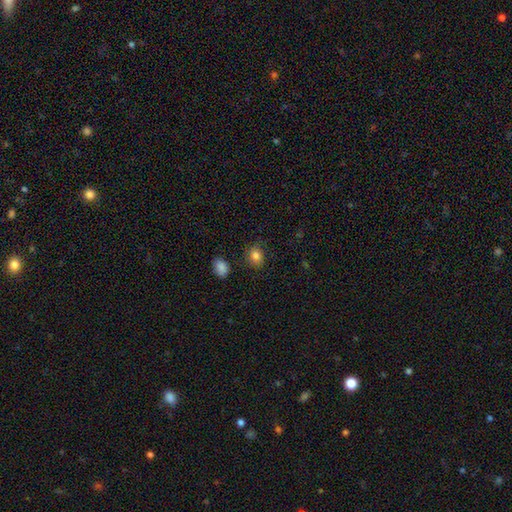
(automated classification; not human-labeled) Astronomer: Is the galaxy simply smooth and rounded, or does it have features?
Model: smooth — 84%.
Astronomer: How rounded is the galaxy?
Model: in between — 51% (runner-up: round, 48%).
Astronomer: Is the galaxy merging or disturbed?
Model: none — 77%.